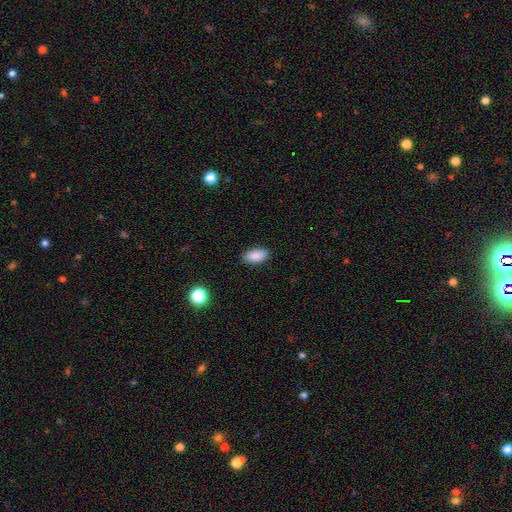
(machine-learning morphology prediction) The model was most divided on "merging": none: 88%, minor disturbance: 9%, major disturbance: 2%, merger: 1%. More confident: how rounded — in between (93%); smooth or featured — smooth (88%).